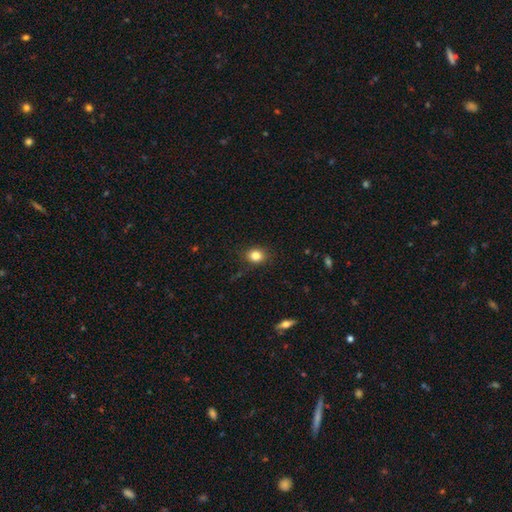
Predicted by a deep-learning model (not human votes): This appears to be a smooth galaxy with no disk features (84%) that is round (58%). Merging: none (86%).